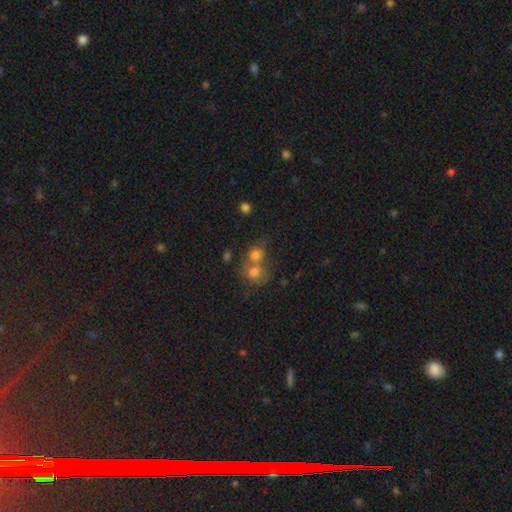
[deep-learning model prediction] Smooth or featured? Predicted: smooth (p=0.69). How rounded? Predicted: round (p=0.74). Merging? Predicted: merger (p=0.57).